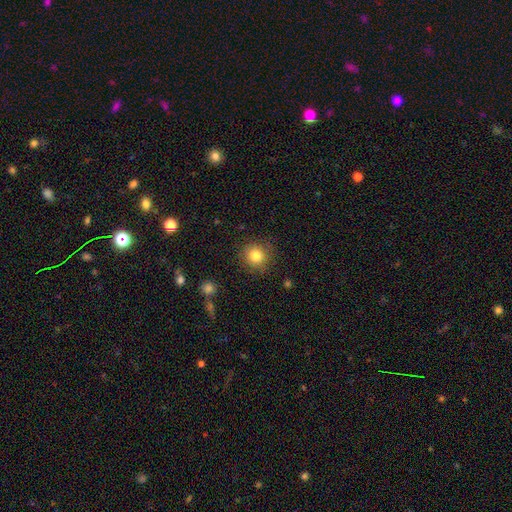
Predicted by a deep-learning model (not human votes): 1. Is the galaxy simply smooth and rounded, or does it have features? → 82% smooth, 11% star or artifact, 7% featured or disk.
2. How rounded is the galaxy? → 92% round, 7% in between, 1% cigar-shaped.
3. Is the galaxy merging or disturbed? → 87% none, 9% minor disturbance, 3% major disturbance, 1% merger.